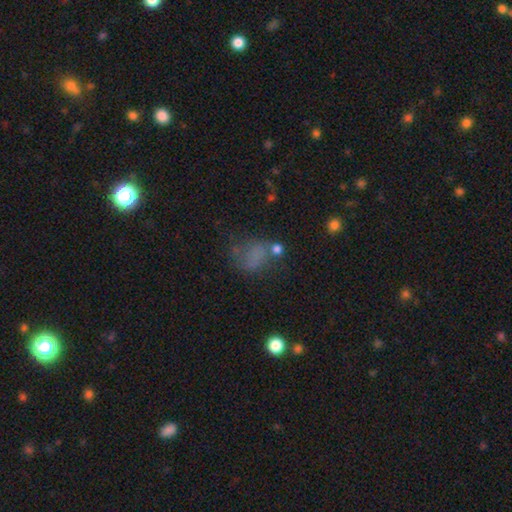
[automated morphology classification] This is possibly a smooth galaxy (57%). How rounded: possibly in between (59%). Merging: marginally none (42%).